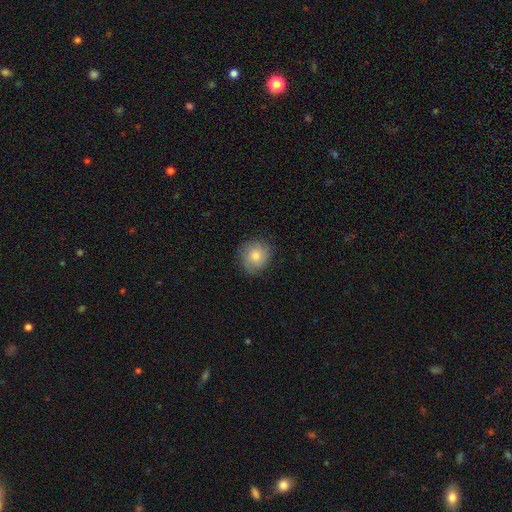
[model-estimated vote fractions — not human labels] Smooth or featured? smooth (72%)
How rounded? round (86%)
Merging? none (80%)